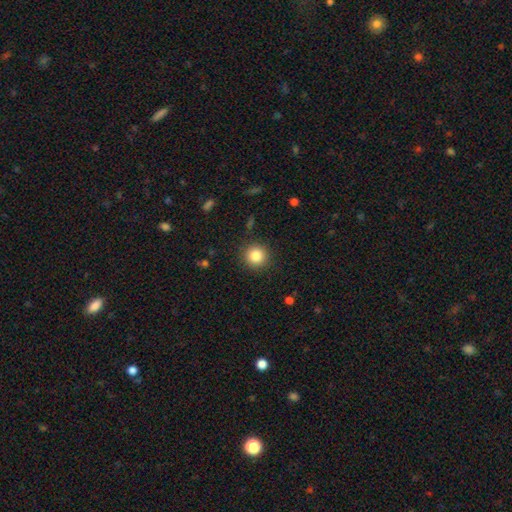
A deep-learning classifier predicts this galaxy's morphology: Smooth or featured: smooth — 84% (star or artifact — 10%)
How rounded: round — 94% (in between — 5%)
Merging: none — 91% (minor disturbance — 6%)